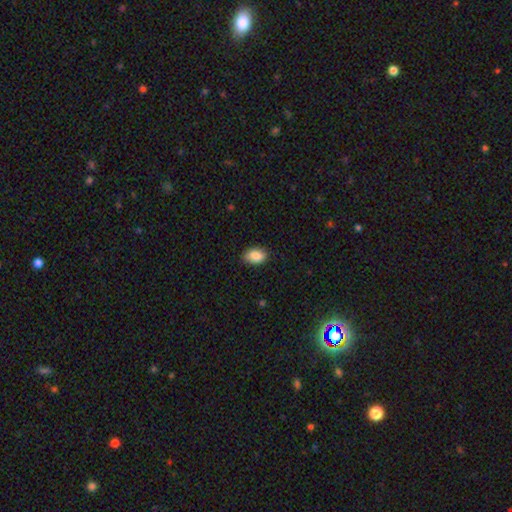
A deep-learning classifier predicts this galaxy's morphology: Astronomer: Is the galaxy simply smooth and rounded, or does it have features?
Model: smooth — 88%.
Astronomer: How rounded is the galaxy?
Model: in between — 85%.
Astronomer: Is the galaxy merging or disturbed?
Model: none — 84%.